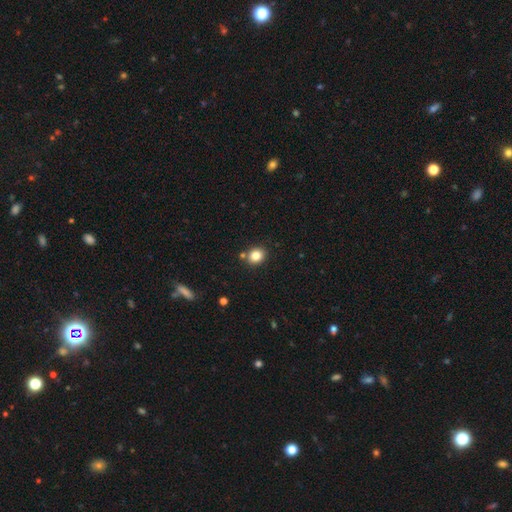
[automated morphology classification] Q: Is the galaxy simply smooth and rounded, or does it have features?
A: smooth — 83%.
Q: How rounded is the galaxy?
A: round — 64%.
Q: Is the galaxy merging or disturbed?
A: none — 79%.